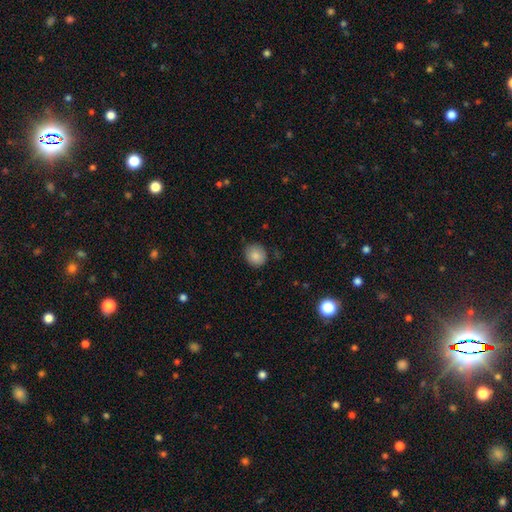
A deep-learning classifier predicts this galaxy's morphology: Smooth or featured: smooth — 86% (star or artifact — 8%)
How rounded: round — 82% (in between — 17%)
Merging: none — 83% (minor disturbance — 13%)